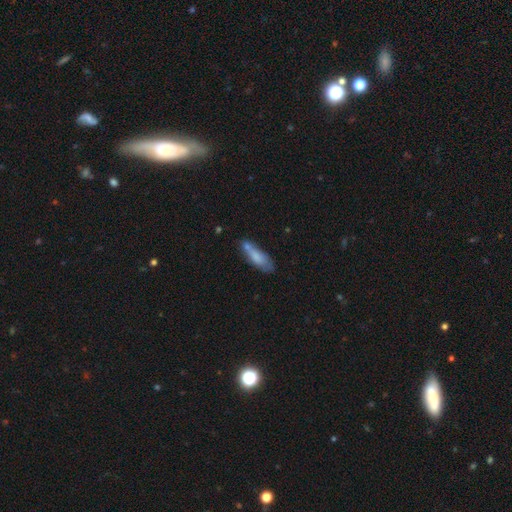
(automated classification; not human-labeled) Overall: smooth (71%). How rounded: cigar-shaped (53%; in between 45%). Merging: none (48%; minor disturbance 25%).